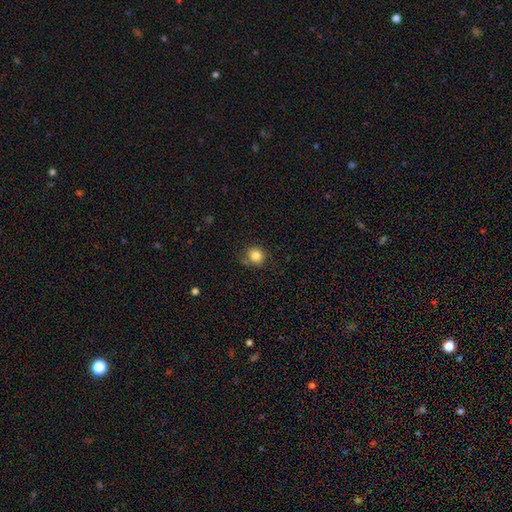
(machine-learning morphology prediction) smooth 82%, star or artifact 11%, featured or disk 6%. Down the decision tree: how rounded — round (85%); merging — none (73%).